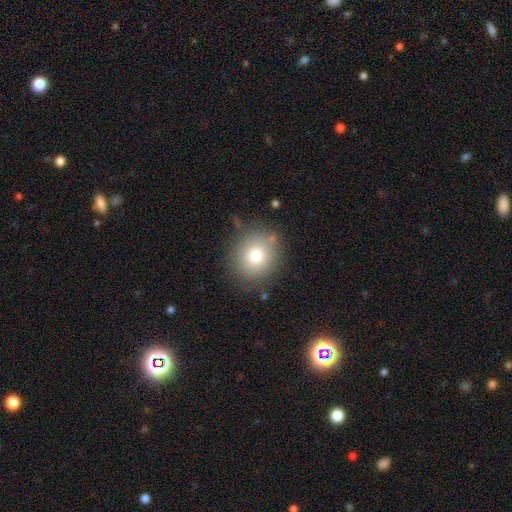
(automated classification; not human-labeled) smooth-or-featured: smooth: 76% | featured or disk: 12% | star or artifact: 11%
  how-rounded: round: 78% | in between: 21% | cigar-shaped: 1%
  merging: none: 81% | minor disturbance: 12% | major disturbance: 4% | merger: 3%